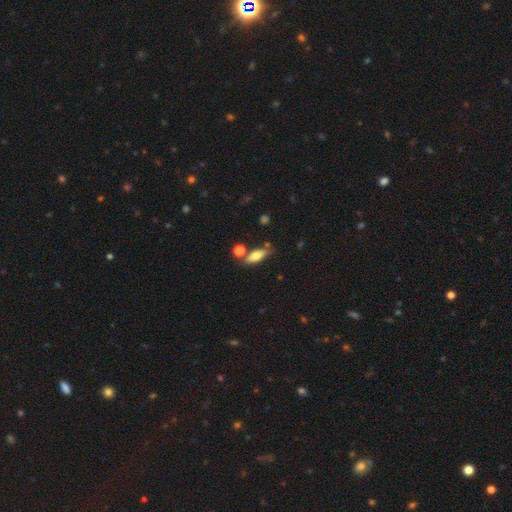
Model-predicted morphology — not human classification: Smooth or featured?
  - smooth: 68% *
  - featured or disk: 24%
  - star or artifact: 8%
How rounded?
  - in between: 63% *
  - cigar-shaped: 32%
  - round: 4%
Merging?
  - none: 69% *
  - minor disturbance: 15%
  - merger: 12%
  - major disturbance: 4%